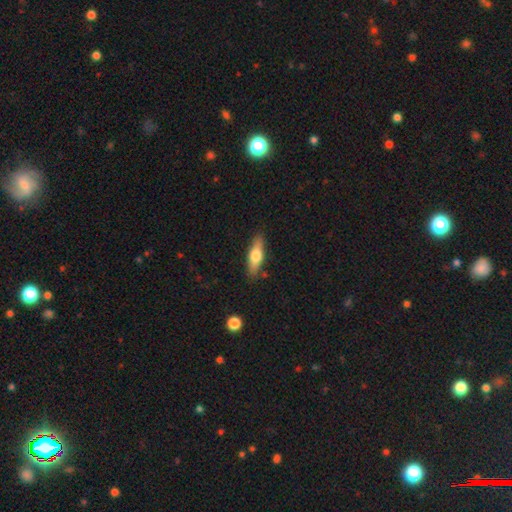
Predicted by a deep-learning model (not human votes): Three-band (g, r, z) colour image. It shows a smooth galaxy with no disk features (57%) that is cigar-shaped (54%). Merging: none (85%).